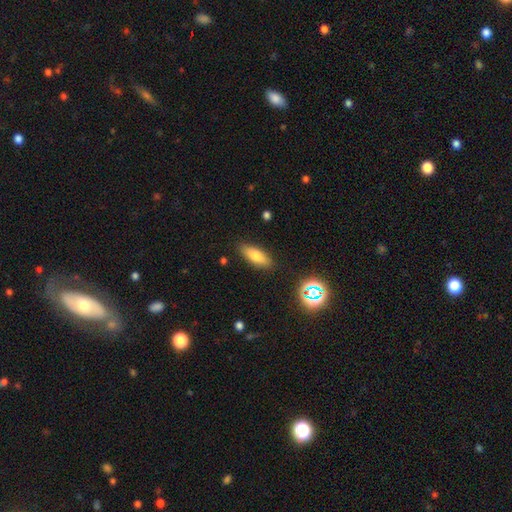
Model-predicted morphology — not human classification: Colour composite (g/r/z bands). It shows a smooth galaxy with no disk features (73%) that is in between round and cigar-shaped (71%). Merging: none (86%).